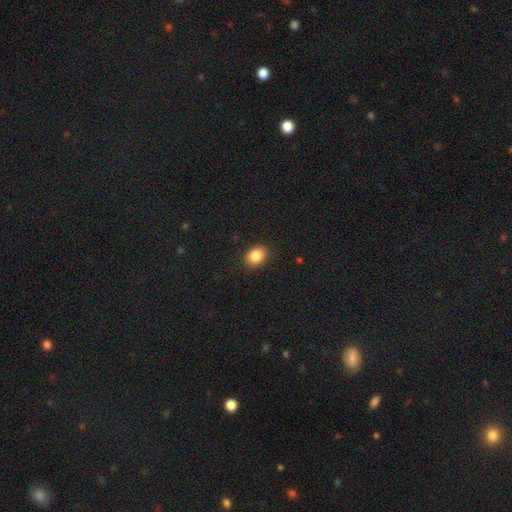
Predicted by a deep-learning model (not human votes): Smooth or featured?
  - smooth: 86% *
  - star or artifact: 9%
  - featured or disk: 5%
How rounded?
  - in between: 55% *
  - round: 44%
  - cigar-shaped: 1%
Merging?
  - none: 88% *
  - minor disturbance: 9%
  - major disturbance: 2%
  - merger: 1%